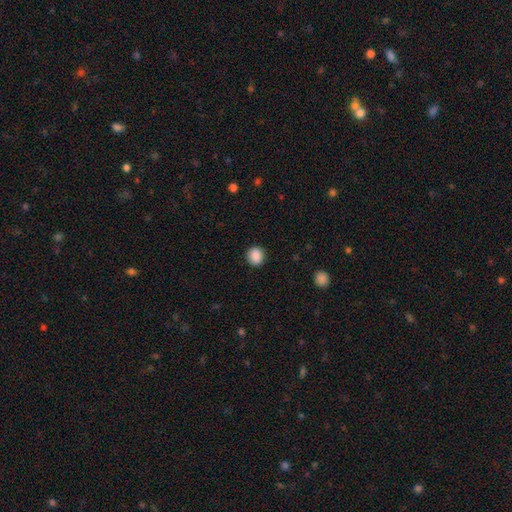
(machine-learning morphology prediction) Overall: smooth (88%). How rounded: round (82%). Merging: none (90%).